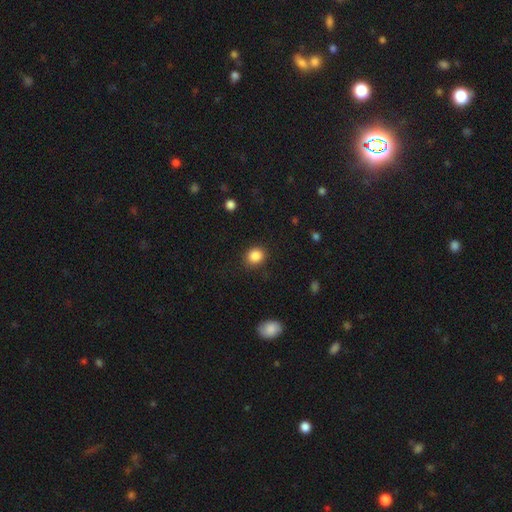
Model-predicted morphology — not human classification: Smooth or featured? smooth (87%)
How rounded? round (73%)
Merging? none (86%)